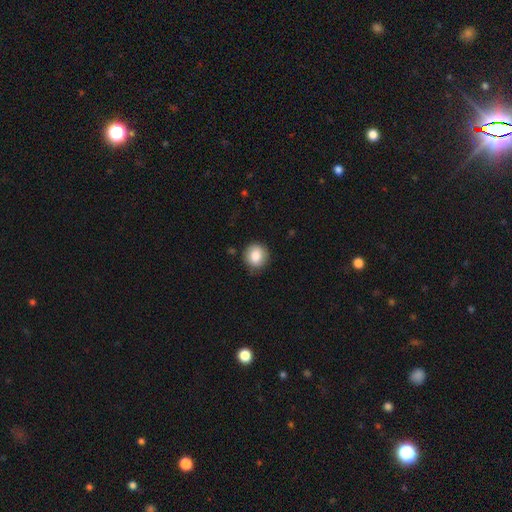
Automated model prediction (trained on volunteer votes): A smooth galaxy with no disk features (84%) that is round (88%).

Vote fractions:
- Smooth or featured? smooth: 84% / star or artifact: 9% / featured or disk: 8%
- How rounded? round: 88% / in between: 11% / cigar-shaped: 1%
- Merging? none: 83% / minor disturbance: 13% / major disturbance: 3% / merger: 1%